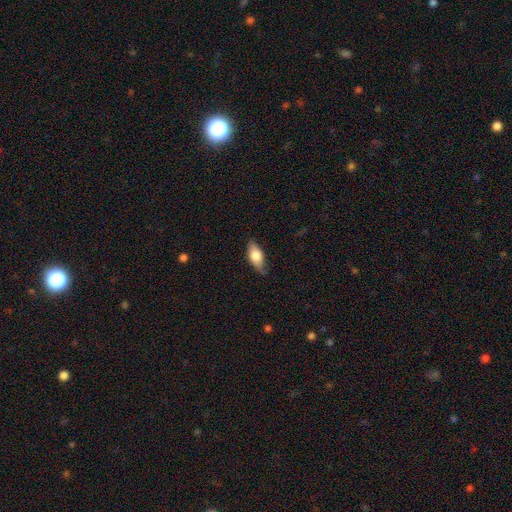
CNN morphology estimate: Q: Smooth or featured?
A: smooth (71%); runner-up: featured or disk (22%)
Q: How rounded?
A: in between (84%); runner-up: cigar-shaped (12%)
Q: Merging?
A: none (70%); runner-up: minor disturbance (25%)